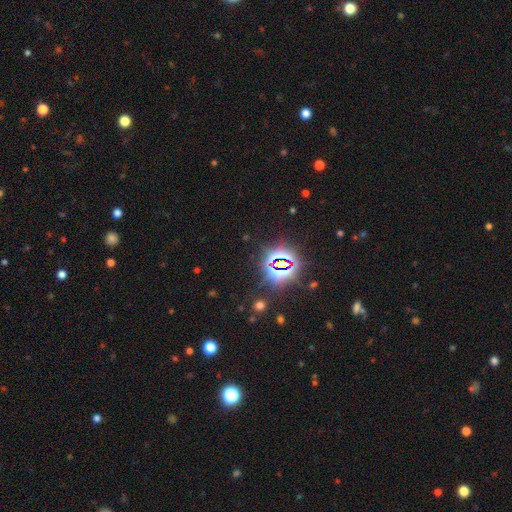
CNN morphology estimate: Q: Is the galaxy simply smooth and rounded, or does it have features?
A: star or artifact — 80%.